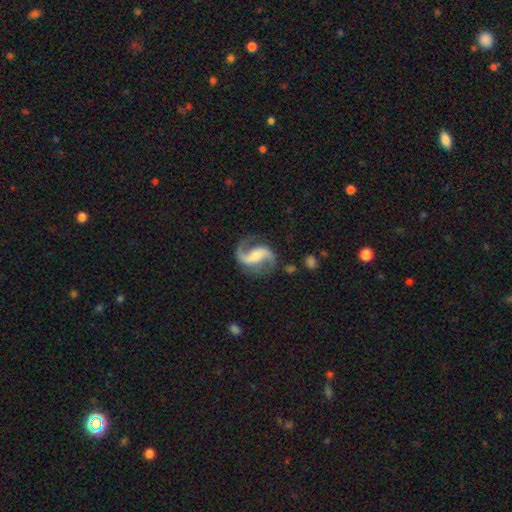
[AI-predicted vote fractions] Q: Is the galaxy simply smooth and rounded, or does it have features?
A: featured or disk — 91%.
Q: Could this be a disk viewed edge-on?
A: no — 98%.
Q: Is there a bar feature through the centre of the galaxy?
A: weak — 37%.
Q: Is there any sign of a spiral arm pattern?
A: yes — 98%.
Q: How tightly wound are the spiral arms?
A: loose — 48%.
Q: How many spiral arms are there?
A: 2 — 92%.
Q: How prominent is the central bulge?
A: small — 40%.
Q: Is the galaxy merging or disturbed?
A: none — 76%.